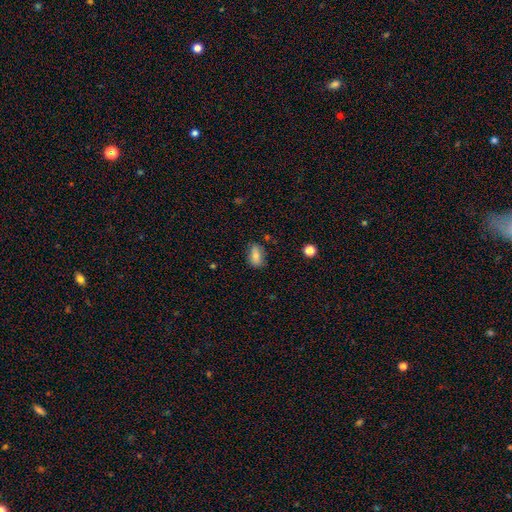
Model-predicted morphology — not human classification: smooth_or_featured: smooth (p=0.77) [alt: featured or disk p=0.15]
how_rounded: in between (p=0.88) [alt: round p=0.09]
merging: none (p=0.72) [alt: minor disturbance p=0.21]